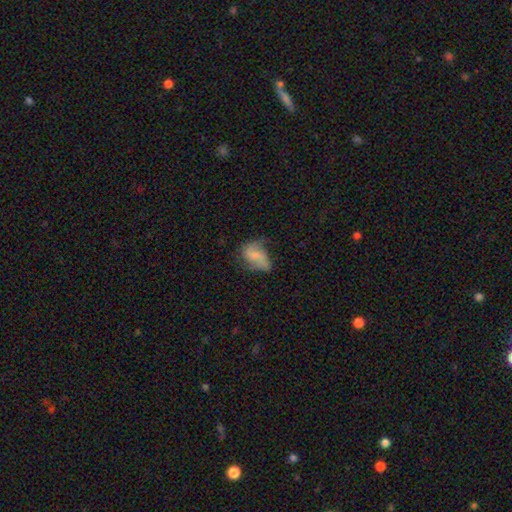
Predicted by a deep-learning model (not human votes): A featured or disk galaxy (49%). Merging: none (41%).